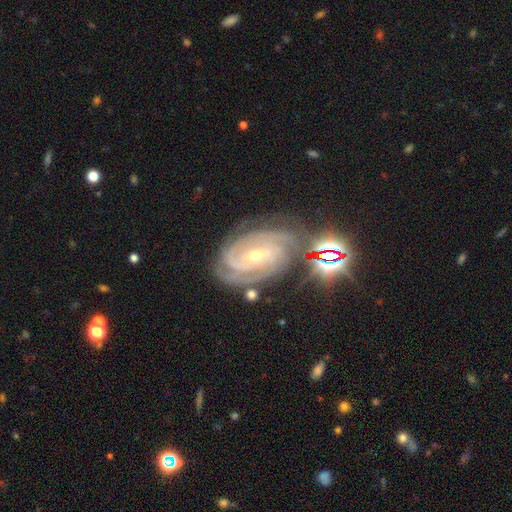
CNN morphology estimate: This is clearly a featured or disk galaxy (88%). It is clearly not viewed edge-on (97%). Bar: marginally weak (40%). Spiral arm pattern: clearly yes (98%). Spiral arm count: marginally 3 (33%). Spiral winding: likely tight (78%). Central bulge: possibly small (59%). Merging: likely none (75%).